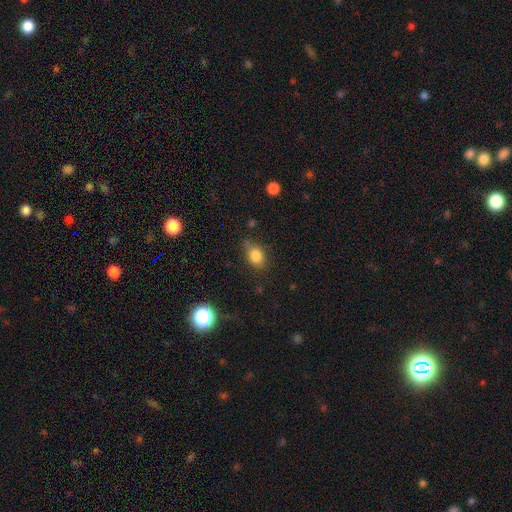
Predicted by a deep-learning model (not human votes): Morphology: type=smooth (82%); roundness=in between (63%); merging=none (68%).